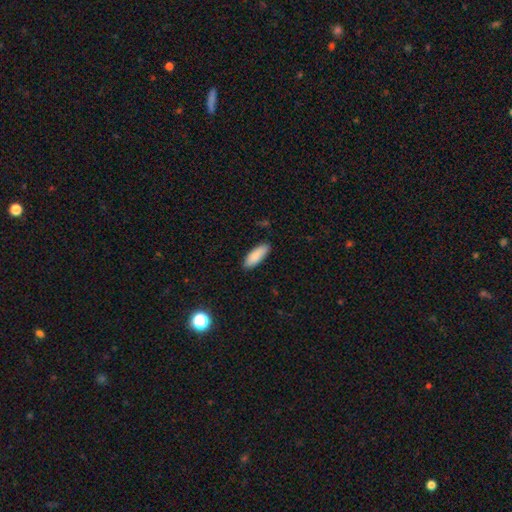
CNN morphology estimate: This appears to be a smooth galaxy with no disk features (89%) that is in between round and cigar-shaped (71%). Merging: none (86%).